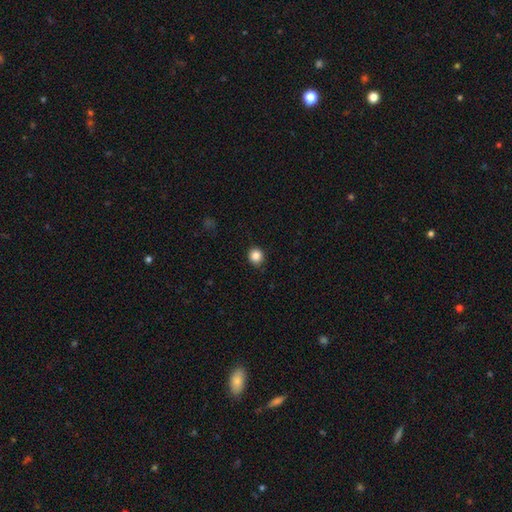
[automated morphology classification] The model was most divided on "smooth or featured": smooth: 86%, star or artifact: 11%, featured or disk: 4%. More confident: how rounded — round (88%); merging — none (87%).